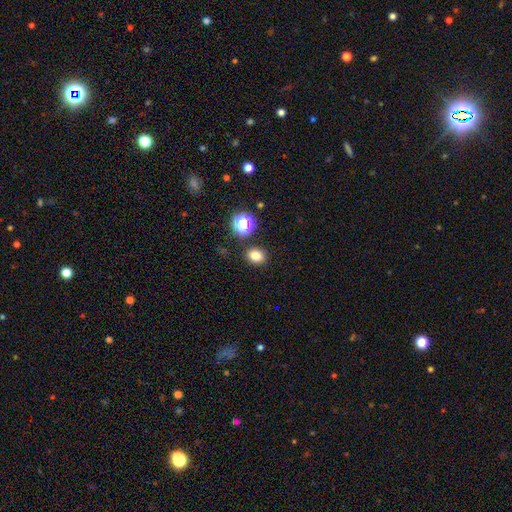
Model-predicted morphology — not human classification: This is likely a smooth galaxy (79%). How rounded: possibly round (52%). Merging: clearly none (84%).